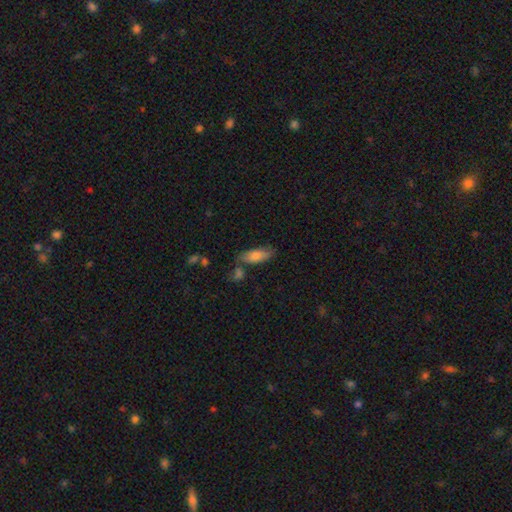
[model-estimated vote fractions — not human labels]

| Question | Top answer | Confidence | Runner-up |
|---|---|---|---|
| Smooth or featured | smooth | 79% | featured or disk (15%) |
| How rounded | in between | 74% | cigar-shaped (24%) |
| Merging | none | 66% | minor disturbance (18%) |